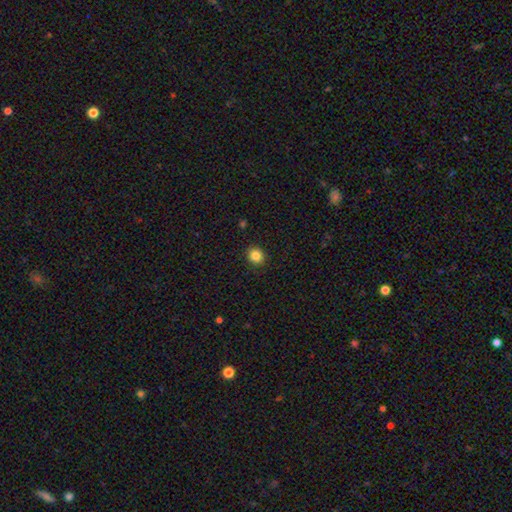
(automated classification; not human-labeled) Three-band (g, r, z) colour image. It shows a smooth galaxy with no disk features (84%) that is round (80%). Merging: none (91%).